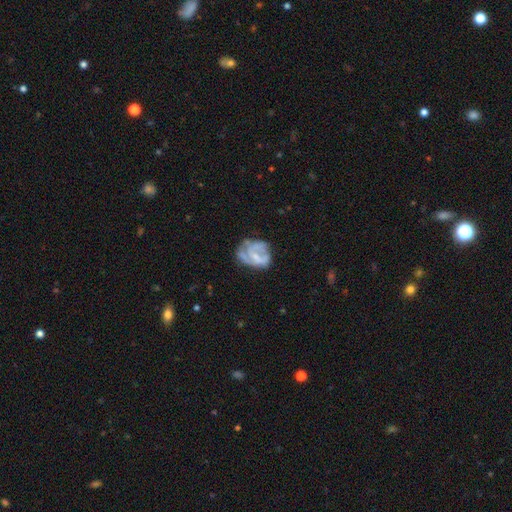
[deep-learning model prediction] The model was most divided on "spiral arms": yes: 58%, no: 42%. Remaining: edge-on disk — no (98%); smooth or featured — featured or disk (66%); bar — no (56%); bulge size — small (50%); merging — none (43%).